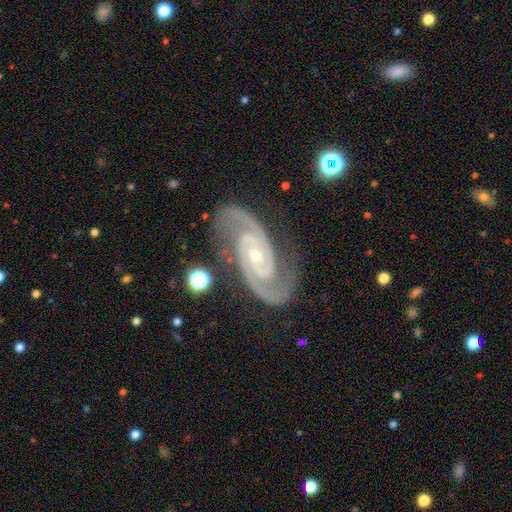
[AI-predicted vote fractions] Smooth or featured? Predicted: featured or disk (p=0.93). Edge-on disk? Predicted: no (p=0.97). Bar? Predicted: no (p=0.59). Spiral arms? Predicted: yes (p=0.99). Spiral winding? Predicted: tight (p=0.54). Spiral arm count? Predicted: 2 (p=0.93). Bulge size? Predicted: small (p=0.70). Merging? Predicted: none (p=0.80).